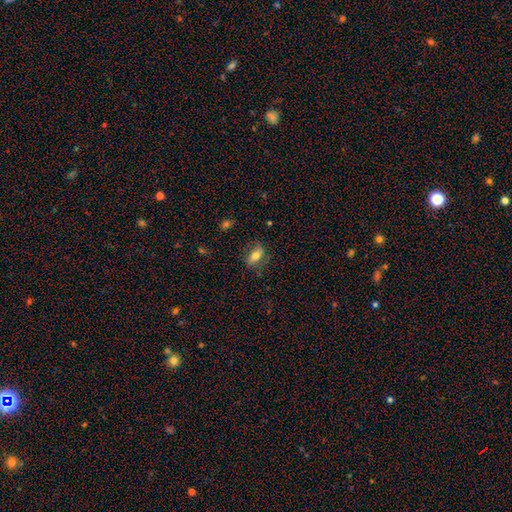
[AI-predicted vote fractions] Overall: smooth (67%). How rounded: in between (80%). Merging: none (74%).